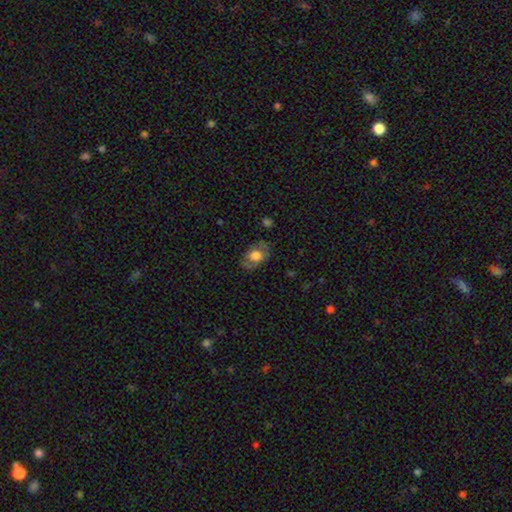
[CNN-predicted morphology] The model was most divided on "smooth or featured": smooth: 66%, featured or disk: 26%, star or artifact: 8%. More confident: how rounded — in between (80%); merging — none (74%).